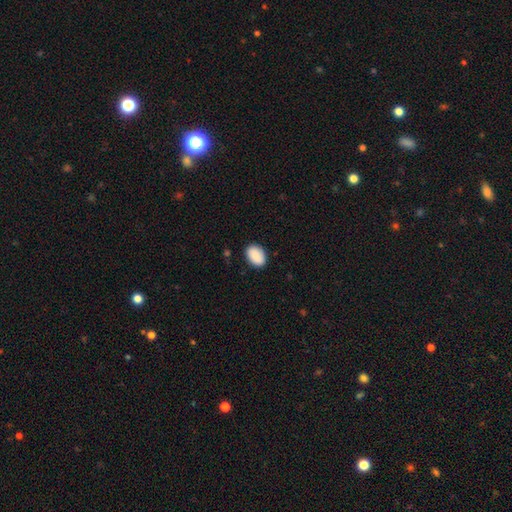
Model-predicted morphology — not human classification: This is clearly a smooth galaxy (91%). How rounded: clearly in between (85%). Merging: clearly none (87%).